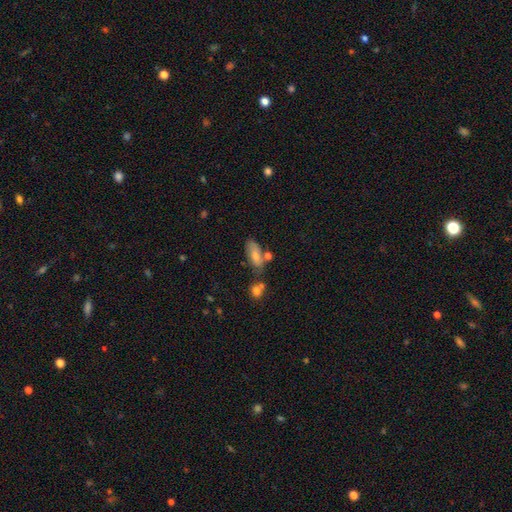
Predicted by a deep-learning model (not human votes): The model was most divided on "merging": none: 56%, minor disturbance: 20%, merger: 18%, major disturbance: 6%. More confident: how rounded — in between (81%); smooth or featured — smooth (73%).